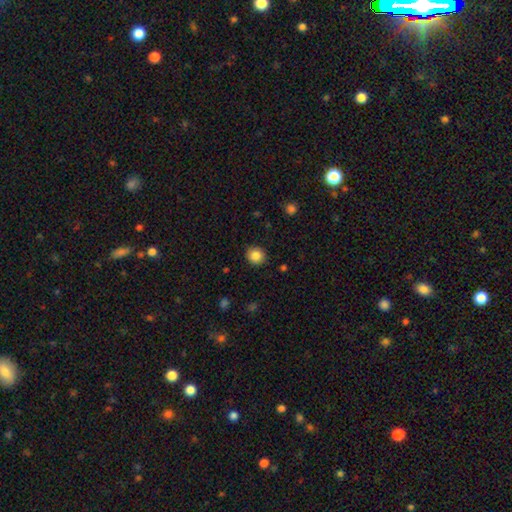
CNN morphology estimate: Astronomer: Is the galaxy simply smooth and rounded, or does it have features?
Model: smooth — 86%.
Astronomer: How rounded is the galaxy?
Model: round — 87%.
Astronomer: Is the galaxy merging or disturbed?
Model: none — 90%.